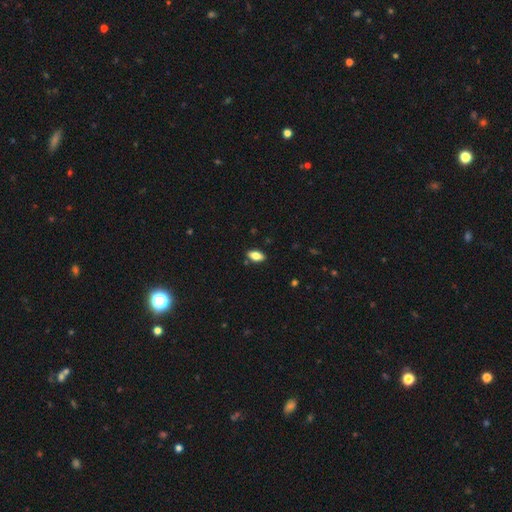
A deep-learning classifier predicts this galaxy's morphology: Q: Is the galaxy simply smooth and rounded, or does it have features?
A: smooth — 79%.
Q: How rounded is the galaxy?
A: in between — 90%.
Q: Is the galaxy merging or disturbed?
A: none — 87%.